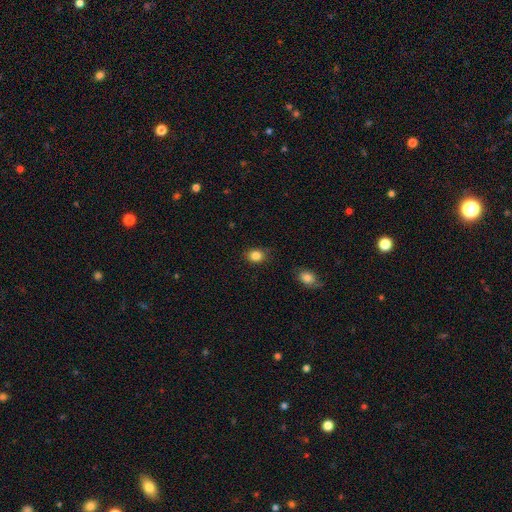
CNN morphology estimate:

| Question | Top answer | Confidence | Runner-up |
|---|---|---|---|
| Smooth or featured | smooth | 85% | star or artifact (10%) |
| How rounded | round | 56% | in between (43%) |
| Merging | none | 80% | minor disturbance (15%) |